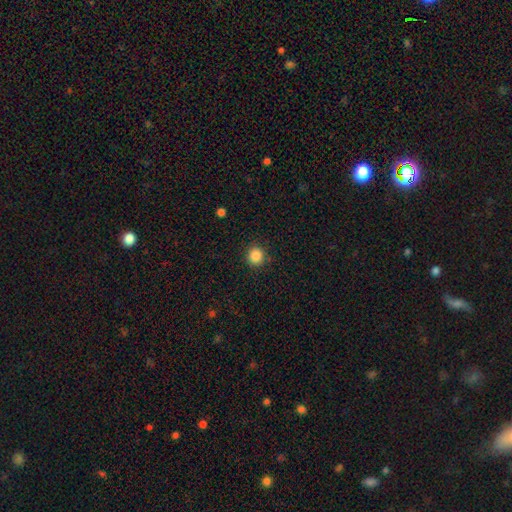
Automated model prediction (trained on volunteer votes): smooth-or-featured: smooth: 85% | star or artifact: 11% | featured or disk: 4%
  how-rounded: round: 90% | in between: 9% | cigar-shaped: 1%
  merging: none: 89% | minor disturbance: 7% | major disturbance: 2% | merger: 1%